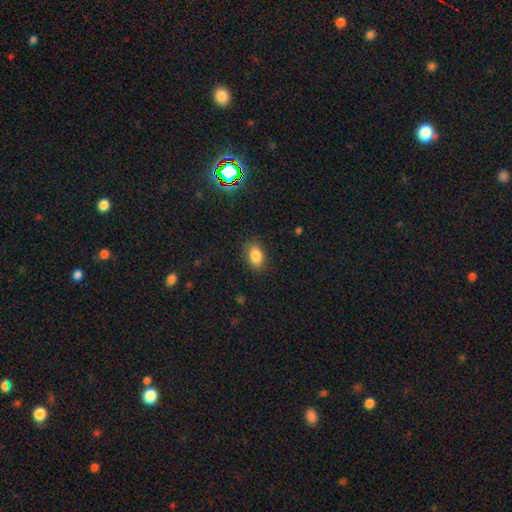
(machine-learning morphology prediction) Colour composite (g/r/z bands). It shows a smooth galaxy with no disk features (85%) that is in between round and cigar-shaped (83%). Merging: none (85%).